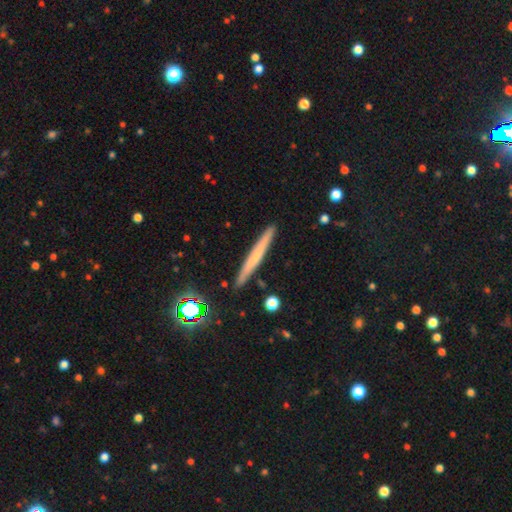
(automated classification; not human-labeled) This appears to be a smooth galaxy with no disk features (53%) that is cigar-shaped (97%). Merging: none (90%).